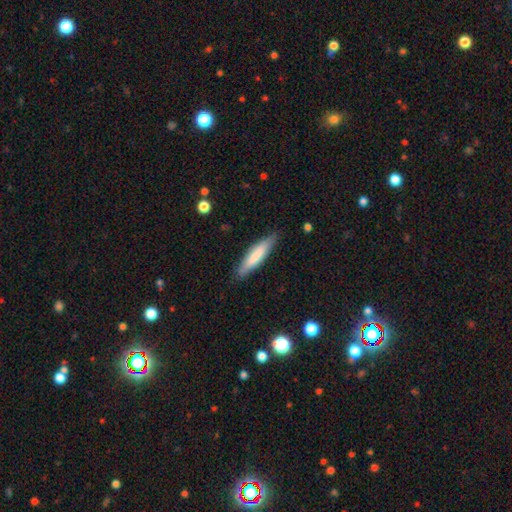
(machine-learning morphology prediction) smooth-or-featured: smooth: 75% | featured or disk: 20% | star or artifact: 5%
  how-rounded: cigar-shaped: 78% | in between: 21% | round: 1%
  merging: none: 86% | minor disturbance: 11% | major disturbance: 2% | merger: 1%